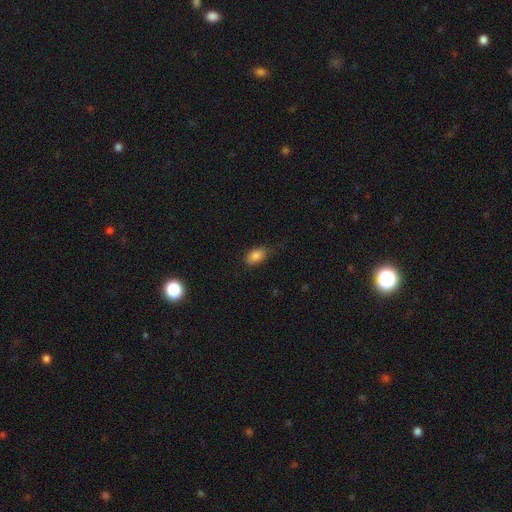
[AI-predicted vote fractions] This is clearly a smooth galaxy (84%). How rounded: clearly in between (88%). Merging: likely none (75%).